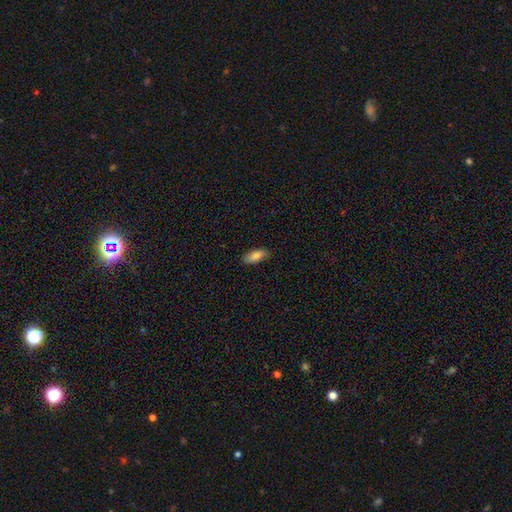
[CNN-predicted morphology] smooth_or_featured: smooth (p=0.81) [alt: featured or disk p=0.12]
how_rounded: in between (p=0.80) [alt: cigar-shaped p=0.18]
merging: none (p=0.87) [alt: minor disturbance p=0.10]